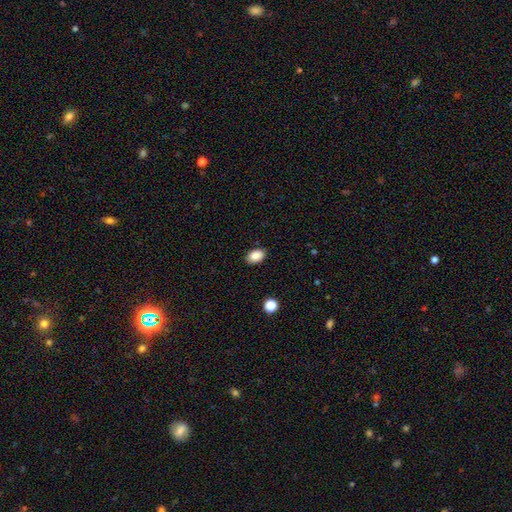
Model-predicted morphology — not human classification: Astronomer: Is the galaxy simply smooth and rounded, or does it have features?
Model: smooth — 87%.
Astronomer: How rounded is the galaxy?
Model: in between — 86%.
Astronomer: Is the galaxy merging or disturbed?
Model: none — 89%.